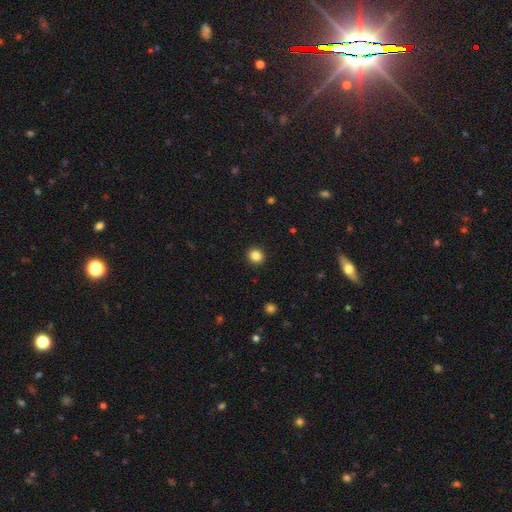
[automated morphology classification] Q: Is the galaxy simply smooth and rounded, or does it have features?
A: smooth — 86%.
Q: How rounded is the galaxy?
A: round — 77%.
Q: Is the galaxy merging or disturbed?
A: none — 92%.